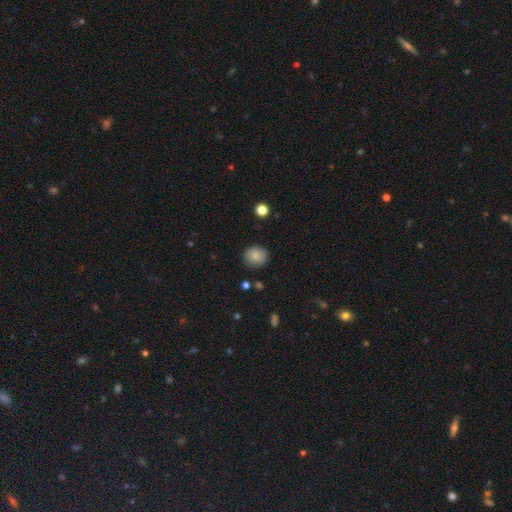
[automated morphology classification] The model was most divided on "smooth or featured": smooth: 84%, star or artifact: 8%, featured or disk: 7%. More confident: how rounded — round (89%); merging — none (88%).